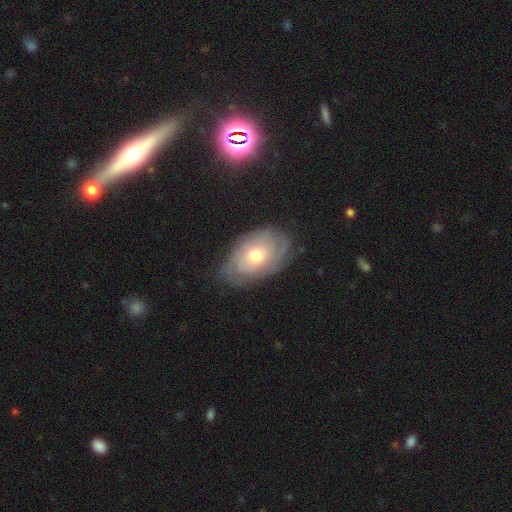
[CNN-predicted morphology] Overall: featured or disk (68%). Edge-on disk: no (94%). Bar: no (82%). Spiral arms: yes (83%). Spiral arm count: can't tell (50%; 2 23%). Spiral winding: tight (71%). Bulge size: moderate (69%). Merging: none (74%).